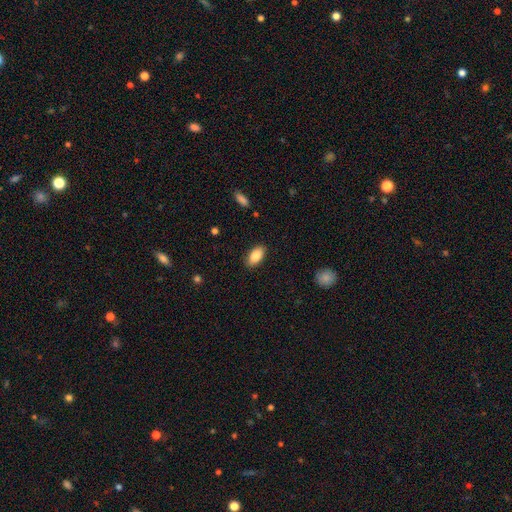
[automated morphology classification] Smooth or featured?
  - smooth: 84% *
  - featured or disk: 9%
  - star or artifact: 7%
How rounded?
  - in between: 93% *
  - round: 4%
  - cigar-shaped: 3%
Merging?
  - none: 88% *
  - minor disturbance: 9%
  - major disturbance: 2%
  - merger: 1%